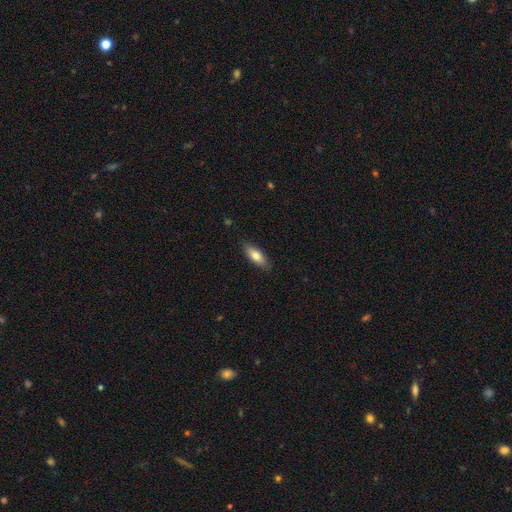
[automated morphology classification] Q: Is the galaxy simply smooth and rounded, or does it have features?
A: smooth — 77%.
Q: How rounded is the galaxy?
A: in between — 74%.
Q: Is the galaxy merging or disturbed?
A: none — 84%.